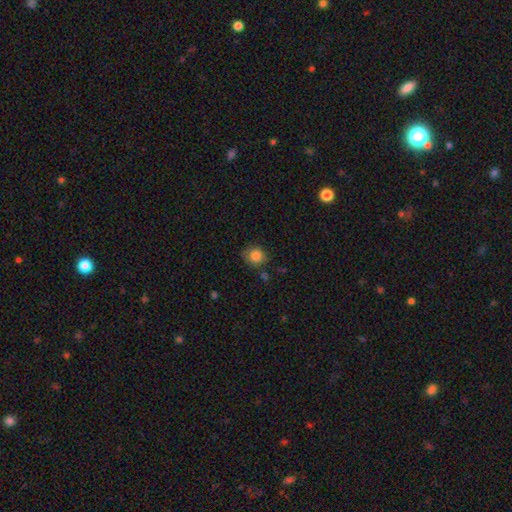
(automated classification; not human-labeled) Smooth or featured?
  - smooth: 85% *
  - star or artifact: 10%
  - featured or disk: 5%
How rounded?
  - round: 79% *
  - in between: 20%
  - cigar-shaped: 1%
Merging?
  - none: 73% *
  - minor disturbance: 18%
  - merger: 5%
  - major disturbance: 4%